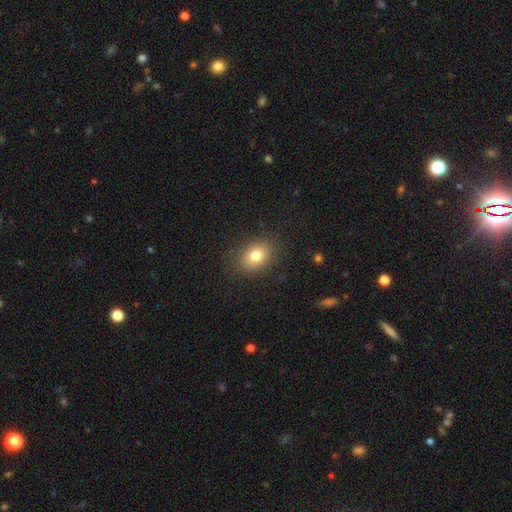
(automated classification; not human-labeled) This is likely a smooth galaxy (79%). How rounded: likely in between (71%). Merging: clearly none (86%).